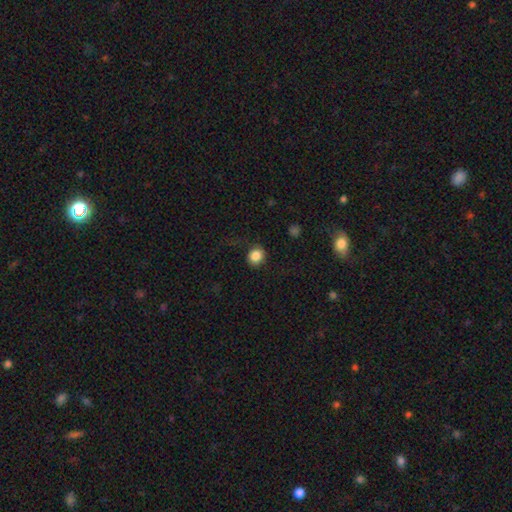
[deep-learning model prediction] Overall: smooth (85%). How rounded: round (77%). Merging: none (76%).